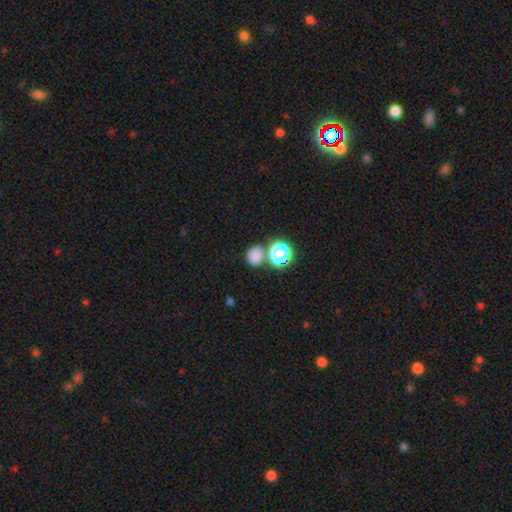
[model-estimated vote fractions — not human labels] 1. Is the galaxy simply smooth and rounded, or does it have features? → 78% smooth, 17% star or artifact, 5% featured or disk.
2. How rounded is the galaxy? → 76% round, 23% in between, 1% cigar-shaped.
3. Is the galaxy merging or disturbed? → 66% none, 22% merger, 9% minor disturbance, 3% major disturbance.